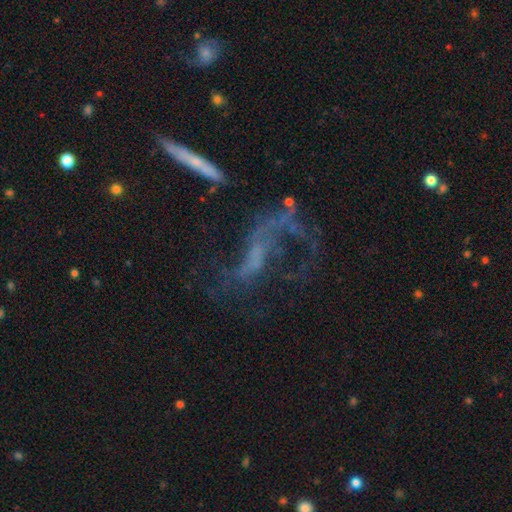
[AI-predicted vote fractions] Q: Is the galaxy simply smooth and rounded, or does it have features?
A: featured or disk — 68%.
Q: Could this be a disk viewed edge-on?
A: no — 88%.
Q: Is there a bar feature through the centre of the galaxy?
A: no — 52%.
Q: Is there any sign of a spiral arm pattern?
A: yes — 61%.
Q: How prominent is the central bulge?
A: none — 60%.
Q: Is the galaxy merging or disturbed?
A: major disturbance — 42%.